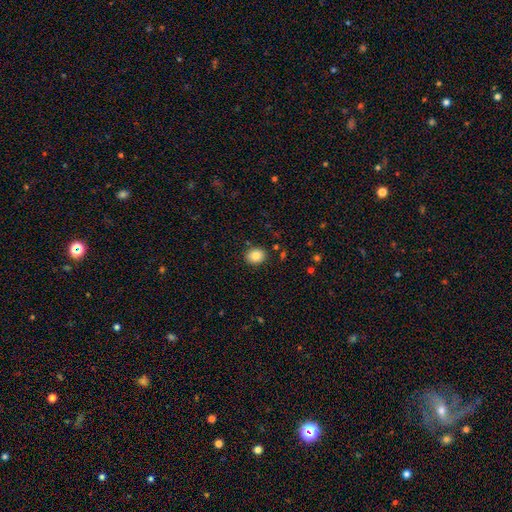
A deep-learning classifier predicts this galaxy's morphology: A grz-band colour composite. It shows a smooth galaxy with no disk features (84%) that is round (60%). Merging: none (88%).